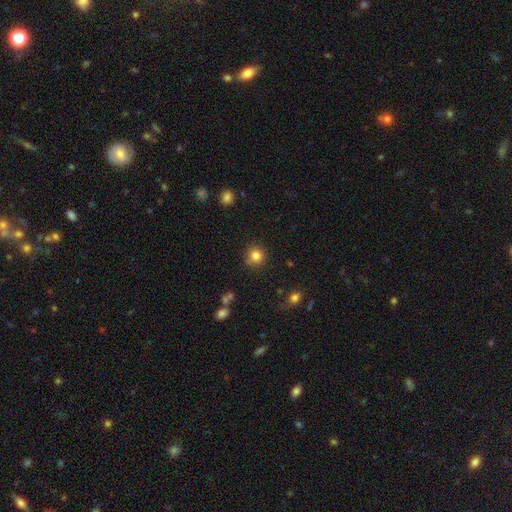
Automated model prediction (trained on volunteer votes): Smooth or featured: smooth — 84% (star or artifact — 11%)
How rounded: round — 92% (in between — 7%)
Merging: none — 85% (minor disturbance — 9%)